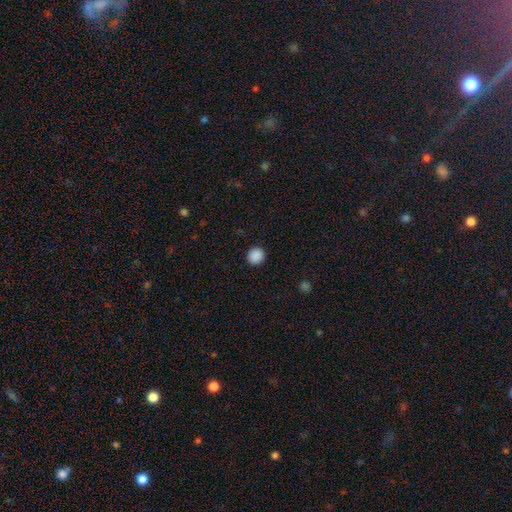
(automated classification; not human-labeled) smooth-or-featured: smooth: 89% | star or artifact: 9% | featured or disk: 2%
  how-rounded: round: 88% | in between: 11% | cigar-shaped: 1%
  merging: none: 92% | minor disturbance: 5% | major disturbance: 2% | merger: 1%